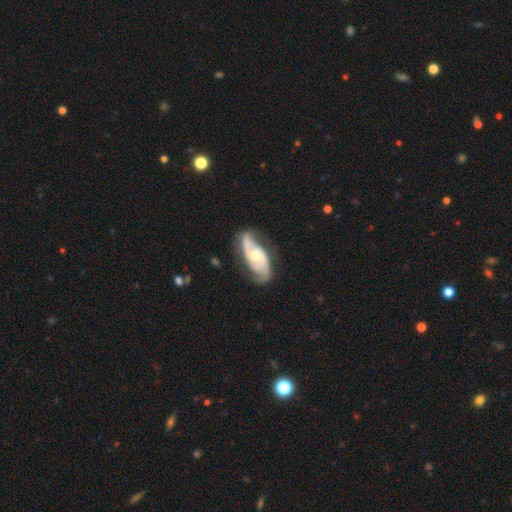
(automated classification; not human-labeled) This is clearly a featured or disk galaxy (84%). It is clearly not viewed edge-on (95%). Bar: possibly no (56%). Spiral arm pattern: clearly yes (95%). Spiral arm count: likely 2 (74%). Spiral winding: possibly medium (48%). Central bulge: possibly moderate (60%). Merging: likely none (66%).